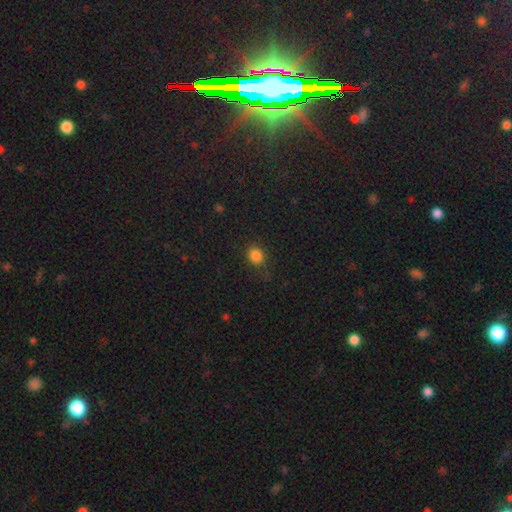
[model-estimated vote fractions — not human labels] Smooth or featured? Predicted: smooth (p=0.83). How rounded? Predicted: round (p=0.75). Merging? Predicted: none (p=0.77).